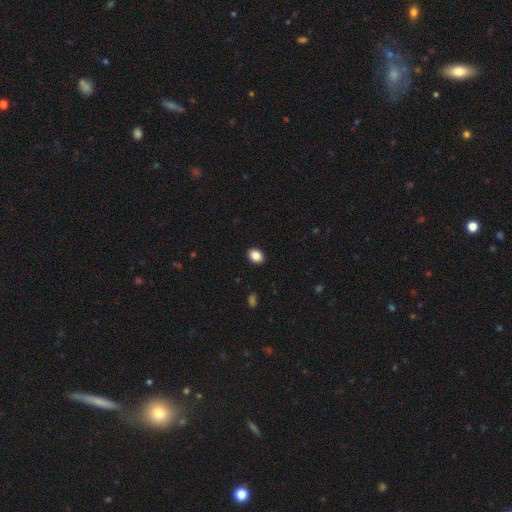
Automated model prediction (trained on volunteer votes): Smooth or featured?
  - smooth: 87% *
  - star or artifact: 9%
  - featured or disk: 5%
How rounded?
  - in between: 60% *
  - round: 39%
  - cigar-shaped: 1%
Merging?
  - none: 91% *
  - minor disturbance: 6%
  - major disturbance: 2%
  - merger: 1%